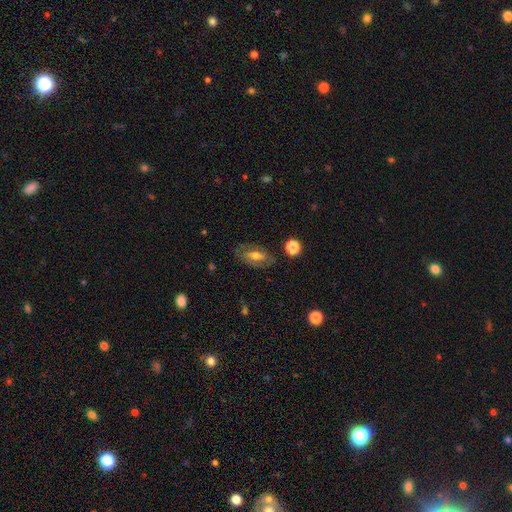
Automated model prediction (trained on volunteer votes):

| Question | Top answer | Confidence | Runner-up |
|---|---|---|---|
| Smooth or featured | featured or disk | 51% | smooth (42%) |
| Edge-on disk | no | 86% | yes (14%) |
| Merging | none | 75% | minor disturbance (16%) |